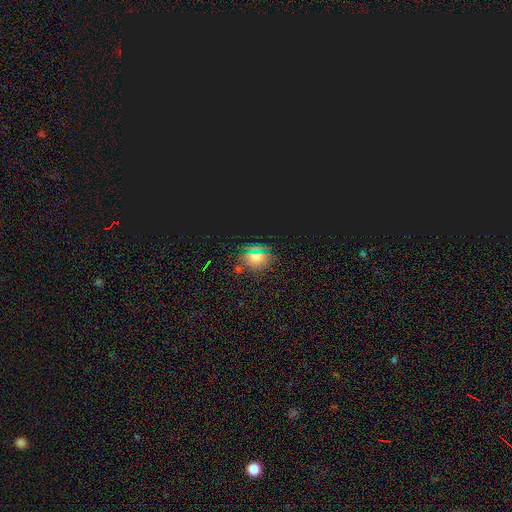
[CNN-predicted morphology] Smooth or featured: star or artifact — 47% (smooth — 45%)